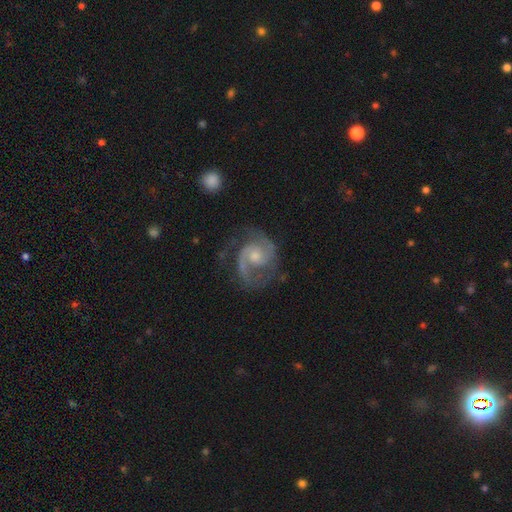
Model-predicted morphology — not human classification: smooth-or-featured: featured or disk: 90% | star or artifact: 5% | smooth: 5%
  disk-edge-on: no: 98% | yes: 2%
    bar: no: 59% | weak: 35% | strong: 6%
    has-spiral-arms: yes: 98% | no: 2%
      spiral-winding: medium: 55% | tight: 33% | loose: 12%
      spiral-arm-count: 2: 88% | can't tell: 3% | 3: 3% | 1: 3% | 4: 1% | more than 4: 1%
    bulge-size: moderate: 48% | small: 43% | none: 4% | large: 3% | dominant: 1%
  merging: none: 73% | minor disturbance: 17% | major disturbance: 9% | merger: 2%